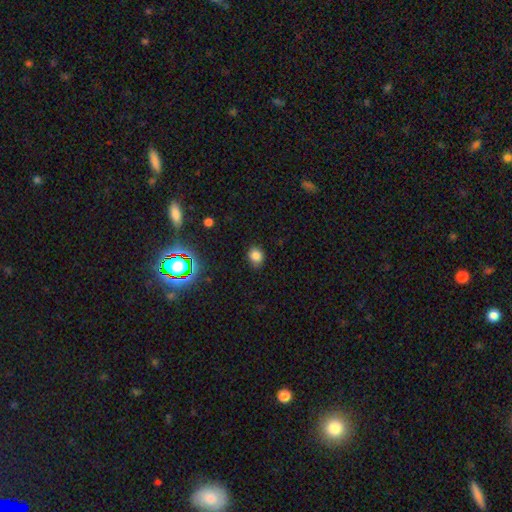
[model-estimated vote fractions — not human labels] Smooth or featured: smooth — 79% (star or artifact — 15%)
How rounded: round — 68% (in between — 31%)
Merging: none — 83% (minor disturbance — 13%)